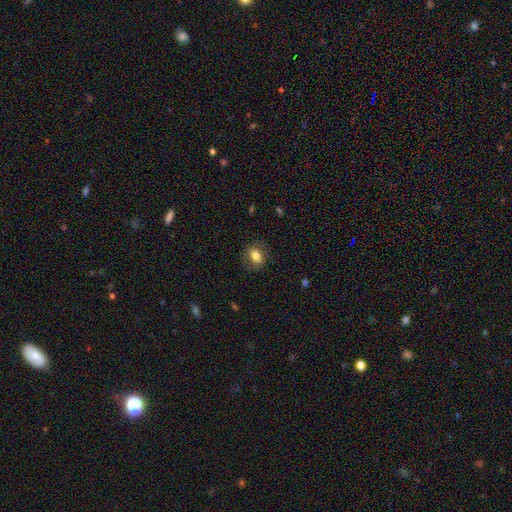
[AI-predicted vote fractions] Q: Smooth or featured?
A: smooth (78%); runner-up: featured or disk (13%)
Q: How rounded?
A: in between (69%); runner-up: round (29%)
Q: Merging?
A: none (79%); runner-up: minor disturbance (14%)